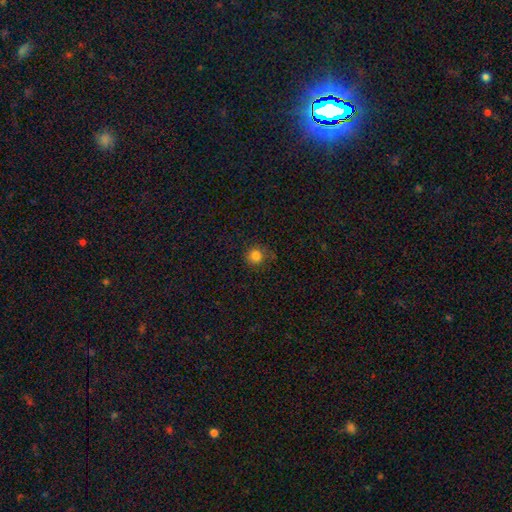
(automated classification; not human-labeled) Smooth or featured? Predicted: smooth (p=0.81). How rounded? Predicted: round (p=0.91). Merging? Predicted: none (p=0.77).